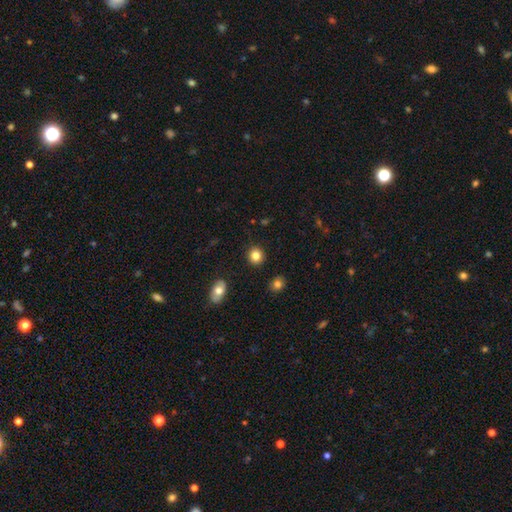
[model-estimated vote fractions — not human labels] A smooth galaxy with no disk features (83%) that is round (85%). Merging: none (90%).